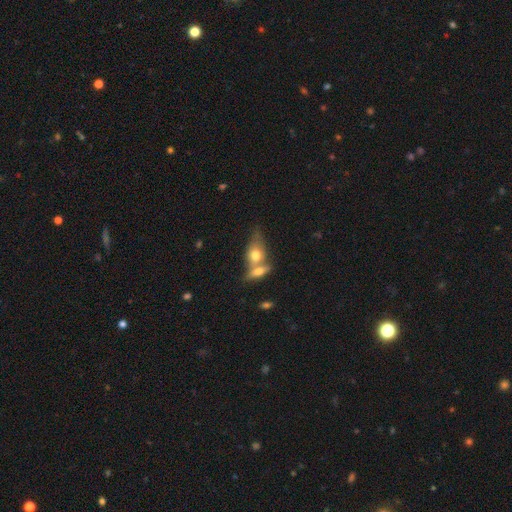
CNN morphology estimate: A smooth galaxy with no disk features (64%) that is in between round and cigar-shaped (68%).

Vote fractions:
- Smooth or featured? smooth: 64% / featured or disk: 28% / star or artifact: 8%
- How rounded? in between: 68% / round: 20% / cigar-shaped: 13%
- Merging? merger: 58% / none: 28% / minor disturbance: 10% / major disturbance: 5%